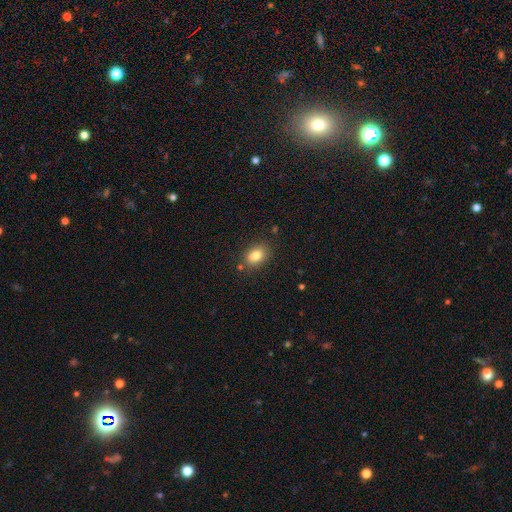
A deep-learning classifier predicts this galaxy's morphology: smooth-or-featured: smooth: 81% | star or artifact: 10% | featured or disk: 9%
  how-rounded: in between: 76% | round: 23% | cigar-shaped: 1%
  merging: none: 78% | minor disturbance: 13% | merger: 5% | major disturbance: 3%